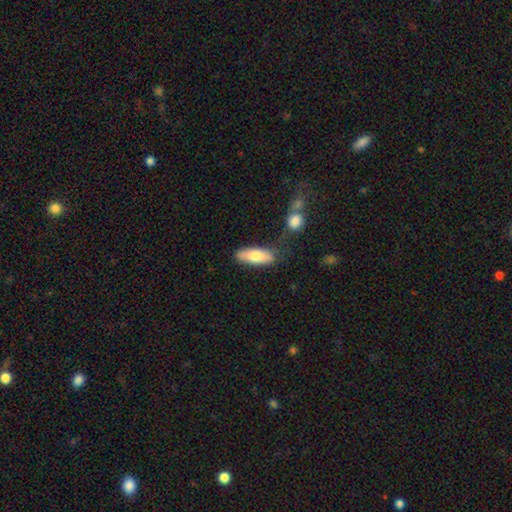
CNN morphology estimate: smooth_or_featured: smooth (p=0.76) [alt: featured or disk p=0.19]
how_rounded: in between (p=0.63) [alt: cigar-shaped p=0.35]
merging: none (p=0.72) [alt: minor disturbance p=0.16]